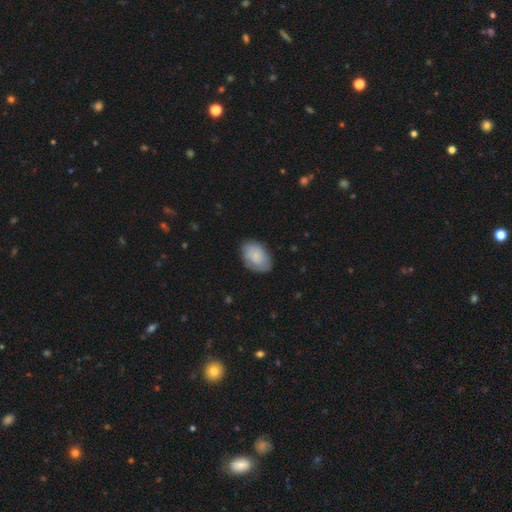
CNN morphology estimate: A smooth galaxy with no disk features (73%) that is in between round and cigar-shaped (88%). Merging: none (75%).